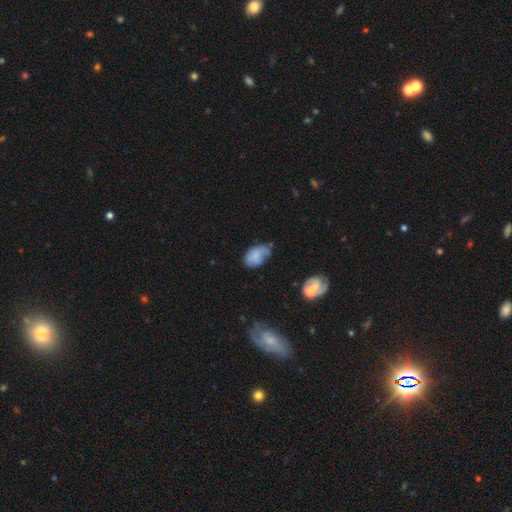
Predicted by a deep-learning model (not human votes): Overall: smooth (68%). How rounded: in between (86%). Merging: none (39%; minor disturbance 38%).